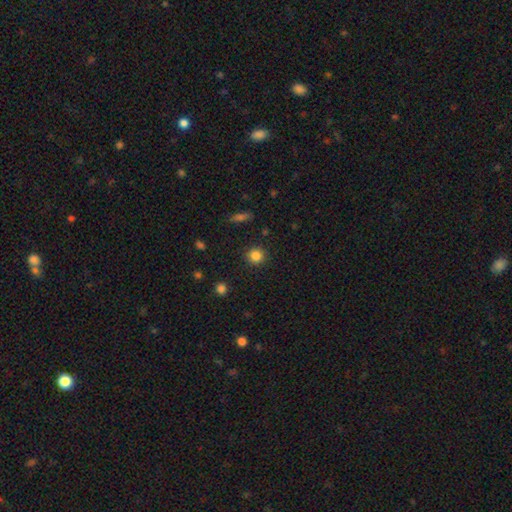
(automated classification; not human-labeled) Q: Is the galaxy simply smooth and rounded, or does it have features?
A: smooth — 84%.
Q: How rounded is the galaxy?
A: round — 92%.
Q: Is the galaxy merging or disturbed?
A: none — 90%.